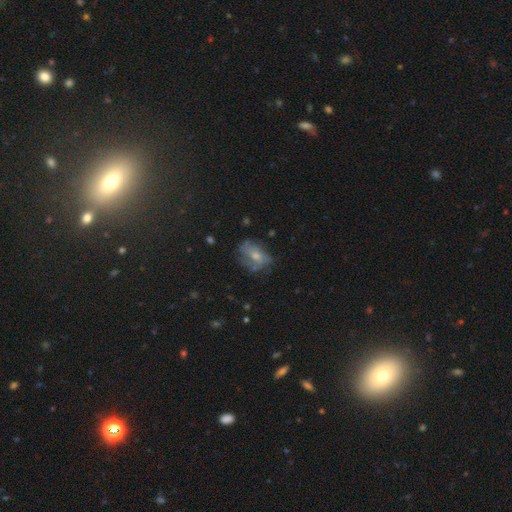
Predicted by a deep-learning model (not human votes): The model was most divided on "smooth or featured": smooth: 46%, featured or disk: 44%, star or artifact: 11%. More confident: merging — none (52%).